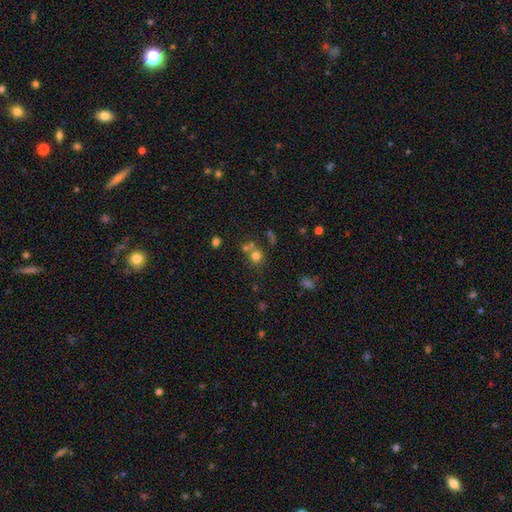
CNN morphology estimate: smooth 70%, star or artifact 18%, featured or disk 12%. Down the decision tree: how rounded — round (85%); merging — none (54%).